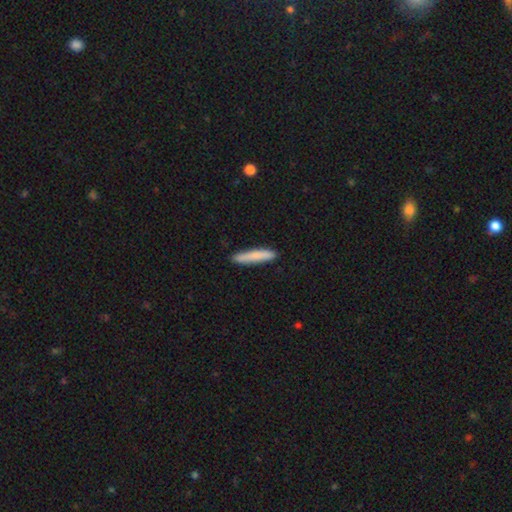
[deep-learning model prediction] smooth-or-featured: smooth: 81% | featured or disk: 14% | star or artifact: 6%
  how-rounded: cigar-shaped: 93% | in between: 6% | round: 1%
  merging: none: 89% | minor disturbance: 8% | major disturbance: 1% | merger: 1%